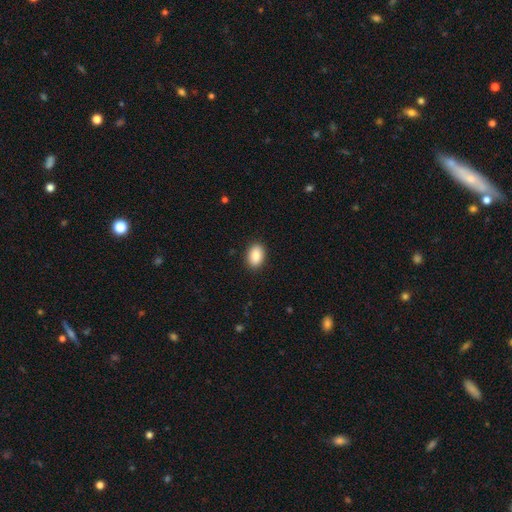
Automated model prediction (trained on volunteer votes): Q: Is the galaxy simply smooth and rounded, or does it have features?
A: smooth — 88%.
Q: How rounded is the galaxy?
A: in between — 87%.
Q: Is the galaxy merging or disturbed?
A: none — 90%.